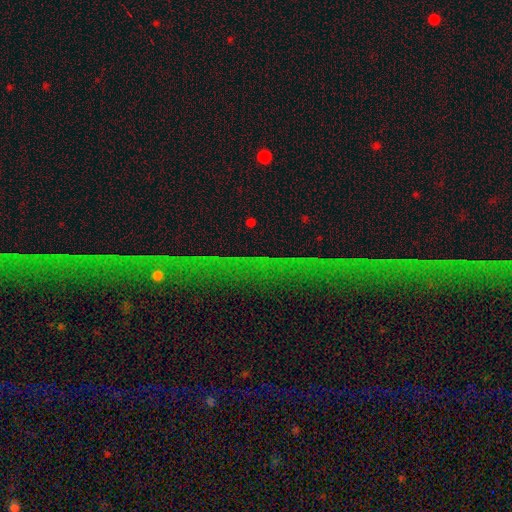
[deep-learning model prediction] Morphology: type=star or artifact (82%).